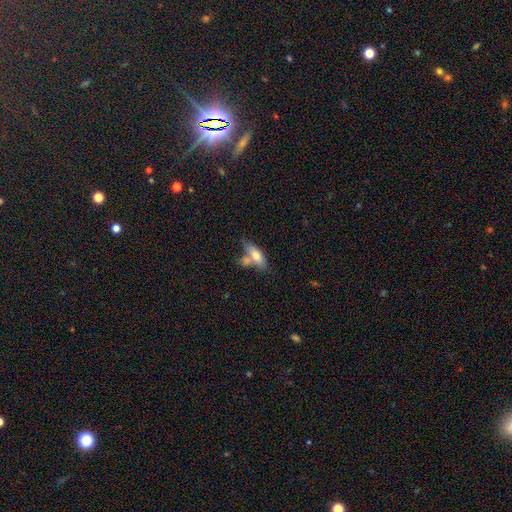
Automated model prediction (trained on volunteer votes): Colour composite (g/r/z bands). It shows a smooth galaxy with no disk features (69%) that is in between round and cigar-shaped (66%). Merging: none (44%).